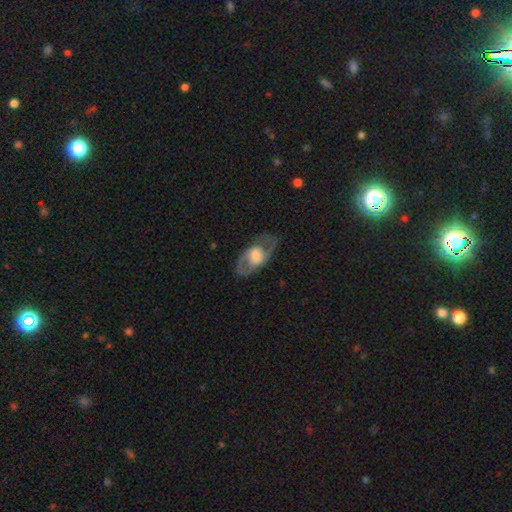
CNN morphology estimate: This is likely a featured or disk galaxy (66%). It is clearly not viewed edge-on (90%). Bar: likely no (65%). Spiral arm pattern: likely yes (67%). Central bulge: marginally moderate (43%). Merging: likely none (72%).